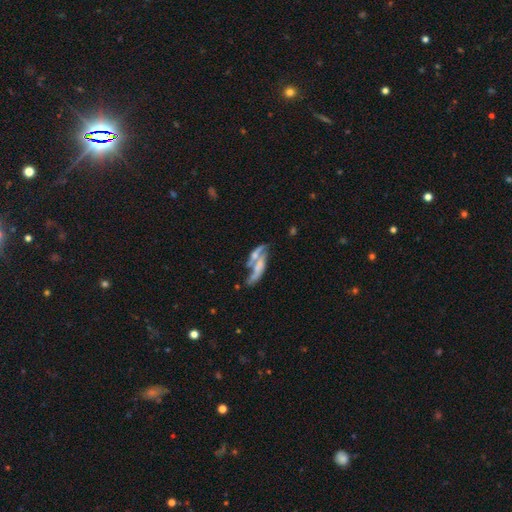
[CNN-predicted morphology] Overall: featured or disk (50%; smooth 41%). Merging: merger (54%; none 22%).